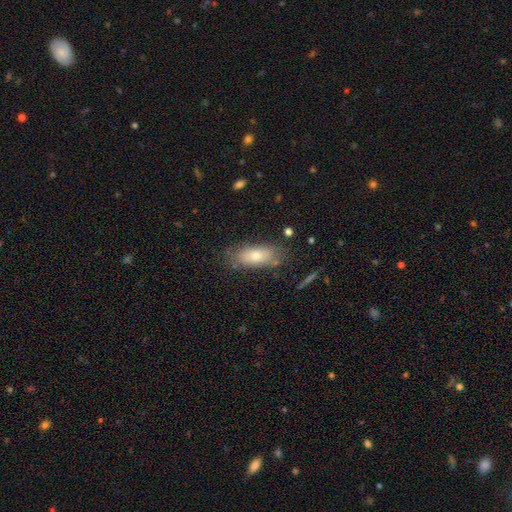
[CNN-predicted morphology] The model was most divided on "smooth or featured": smooth: 71%, featured or disk: 21%, star or artifact: 9%. More confident: how rounded — in between (80%); merging — none (77%).